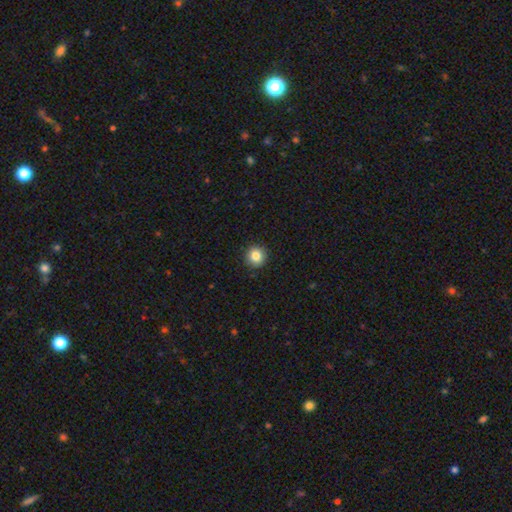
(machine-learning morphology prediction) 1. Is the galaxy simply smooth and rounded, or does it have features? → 84% smooth, 10% star or artifact, 6% featured or disk.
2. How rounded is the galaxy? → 94% round, 5% in between, 1% cigar-shaped.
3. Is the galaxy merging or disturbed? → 92% none, 5% minor disturbance, 2% major disturbance, 1% merger.